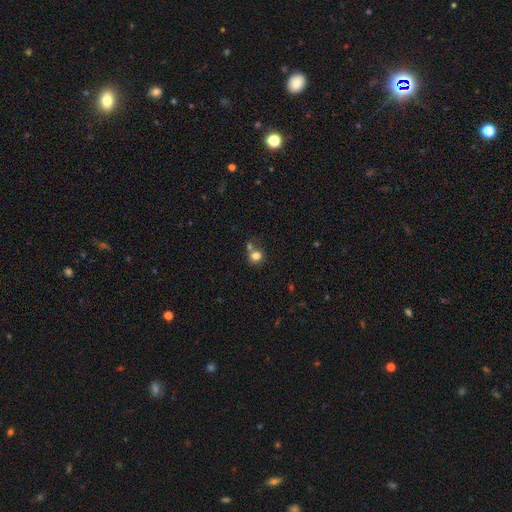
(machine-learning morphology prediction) Smooth or featured? smooth (80%)
How rounded? round (79%)
Merging? none (54%)